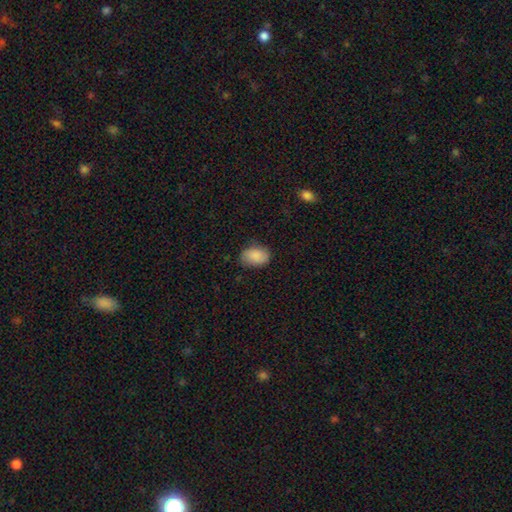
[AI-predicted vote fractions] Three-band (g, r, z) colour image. It shows a smooth galaxy with no disk features (84%) that is in between round and cigar-shaped (81%). Merging: none (73%).